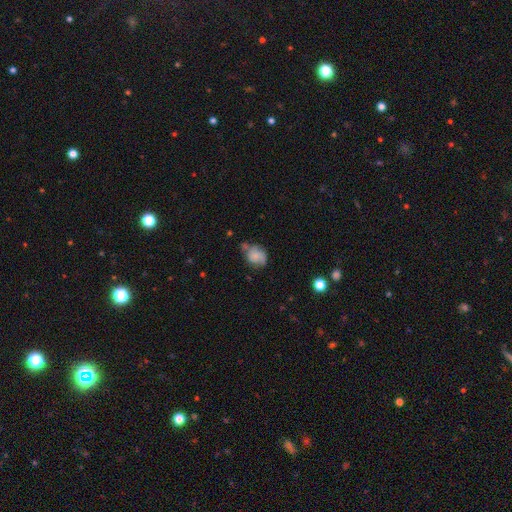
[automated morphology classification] Smooth or featured? smooth (64%)
How rounded? round (56%)
Merging? none (47%)